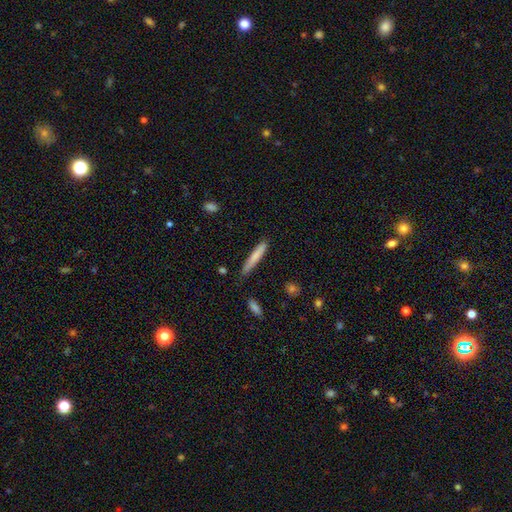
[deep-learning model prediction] A smooth galaxy with no disk features (76%) that is cigar-shaped (94%). Merging: none (79%).